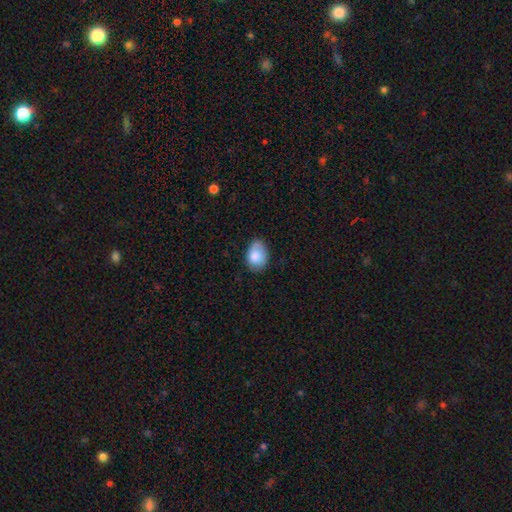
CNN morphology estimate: Q: Smooth or featured?
A: smooth (84%); runner-up: featured or disk (9%)
Q: How rounded?
A: in between (80%); runner-up: round (19%)
Q: Merging?
A: none (59%); runner-up: minor disturbance (33%)